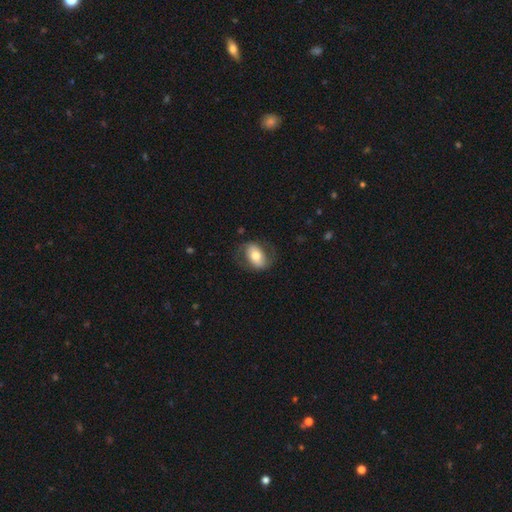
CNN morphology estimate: Smooth or featured: smooth — 56% (featured or disk — 38%)
How rounded: in between — 84% (round — 14%)
Merging: none — 68% (minor disturbance — 19%)